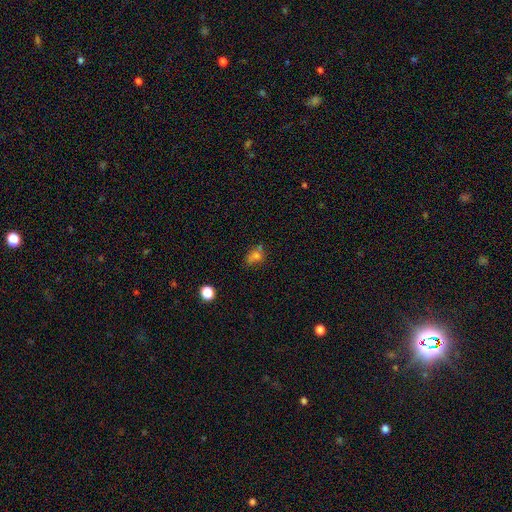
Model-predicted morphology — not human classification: smooth 67%, star or artifact 17%, featured or disk 16%. Down the decision tree: how rounded — in between (53%); merging — none (54%).